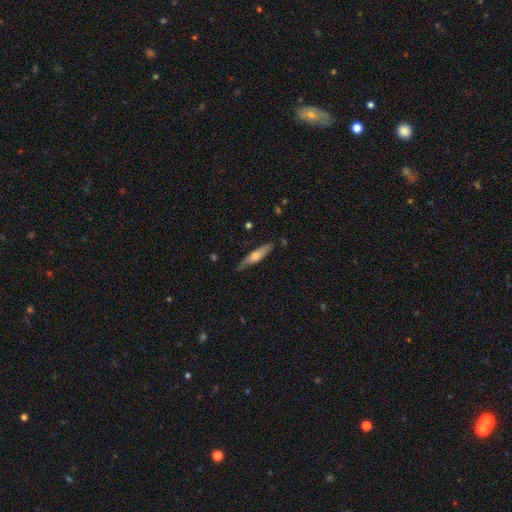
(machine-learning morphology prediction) Smooth or featured?
  - smooth: 51% *
  - featured or disk: 43%
  - star or artifact: 6%
How rounded?
  - cigar-shaped: 80% *
  - in between: 18%
  - round: 2%
Merging?
  - none: 76% *
  - minor disturbance: 19%
  - major disturbance: 3%
  - merger: 2%